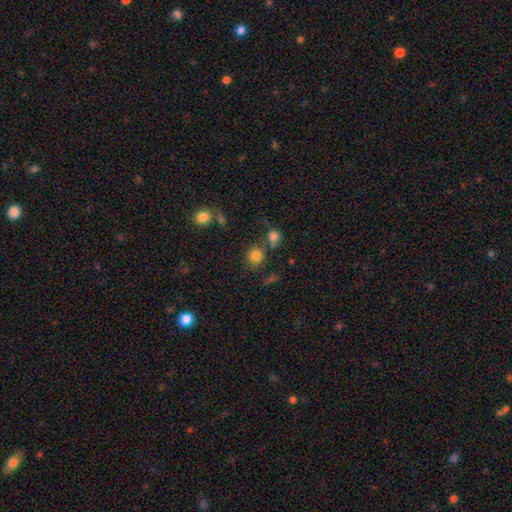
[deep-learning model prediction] This is likely a smooth galaxy (80%). How rounded: clearly round (85%). Merging: likely none (70%).